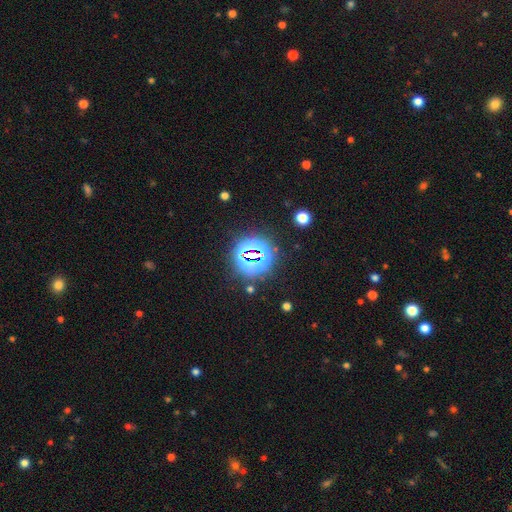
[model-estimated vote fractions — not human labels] This is likely a star or artifact rather than a galaxy (76%).